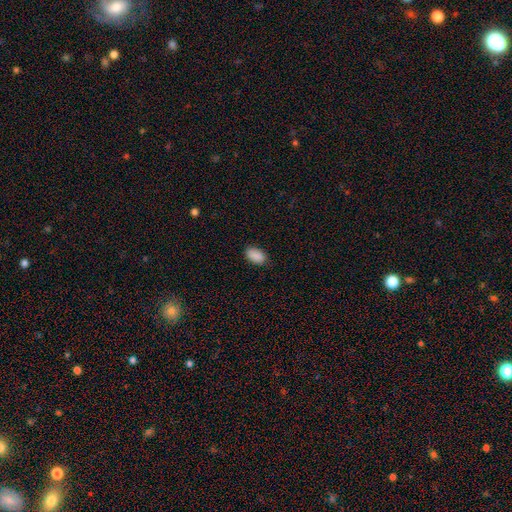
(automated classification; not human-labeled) Q: Smooth or featured?
A: smooth (90%); runner-up: star or artifact (7%)
Q: How rounded?
A: in between (92%); runner-up: round (6%)
Q: Merging?
A: none (84%); runner-up: minor disturbance (13%)